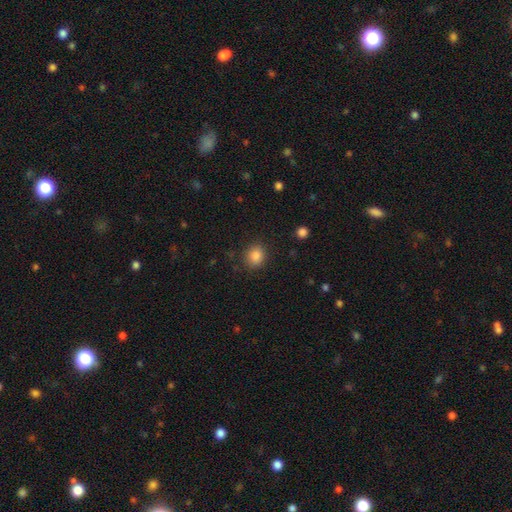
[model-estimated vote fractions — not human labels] Smooth or featured?
  - smooth: 85% *
  - star or artifact: 10%
  - featured or disk: 4%
How rounded?
  - round: 70% *
  - in between: 29%
  - cigar-shaped: 1%
Merging?
  - none: 85% *
  - minor disturbance: 10%
  - major disturbance: 3%
  - merger: 1%